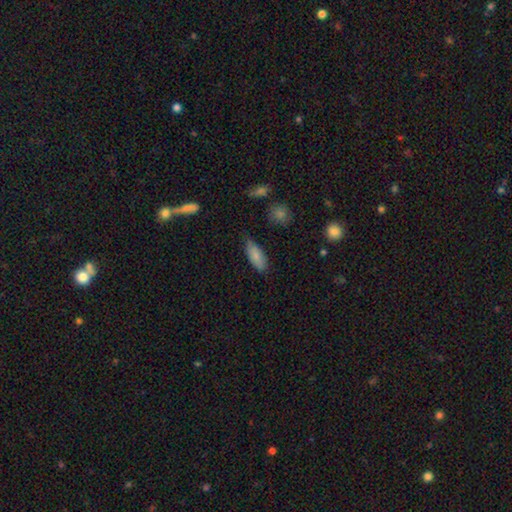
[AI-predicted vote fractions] Smooth or featured?
  - smooth: 81% *
  - featured or disk: 12%
  - star or artifact: 7%
How rounded?
  - in between: 83% *
  - cigar-shaped: 15%
  - round: 2%
Merging?
  - none: 69% *
  - minor disturbance: 24%
  - major disturbance: 4%
  - merger: 2%